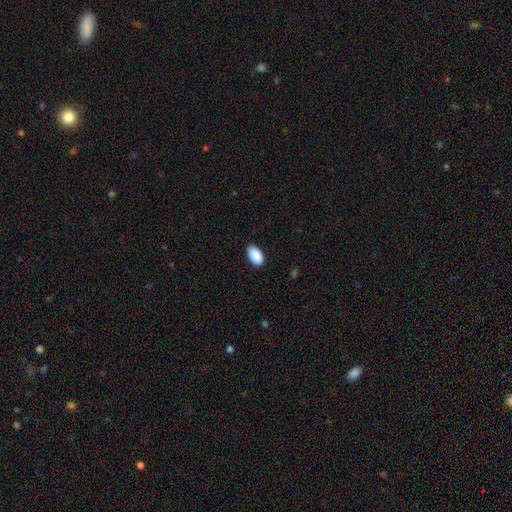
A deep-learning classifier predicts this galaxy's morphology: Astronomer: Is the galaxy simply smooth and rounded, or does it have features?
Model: smooth — 91%.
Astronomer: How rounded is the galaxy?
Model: in between — 95%.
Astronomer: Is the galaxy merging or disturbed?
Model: none — 86%.